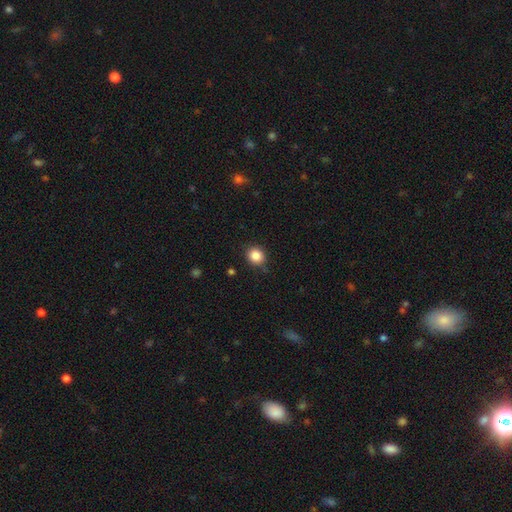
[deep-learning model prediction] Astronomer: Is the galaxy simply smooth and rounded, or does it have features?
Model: smooth — 86%.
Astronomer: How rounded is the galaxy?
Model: round — 83%.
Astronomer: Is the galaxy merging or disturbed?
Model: none — 83%.